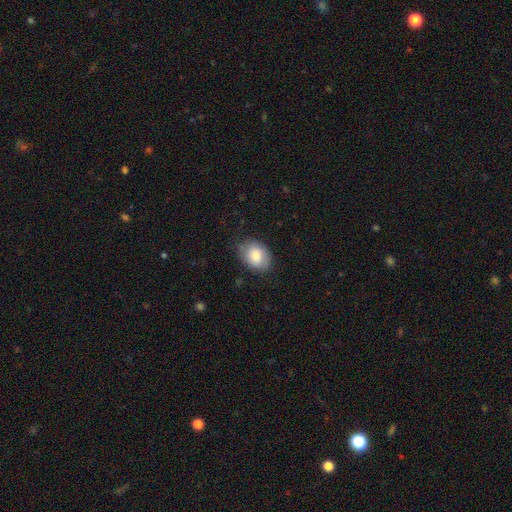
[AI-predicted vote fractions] Q: Smooth or featured?
A: smooth (81%); runner-up: featured or disk (13%)
Q: How rounded?
A: in between (77%); runner-up: round (22%)
Q: Merging?
A: none (73%); runner-up: minor disturbance (21%)